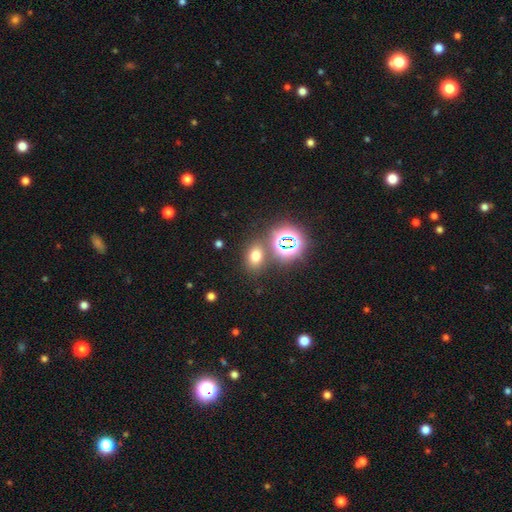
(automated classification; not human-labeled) Smooth or featured: smooth — 64% (star or artifact — 27%)
How rounded: in between — 64% (round — 34%)
Merging: none — 75% (merger — 12%)